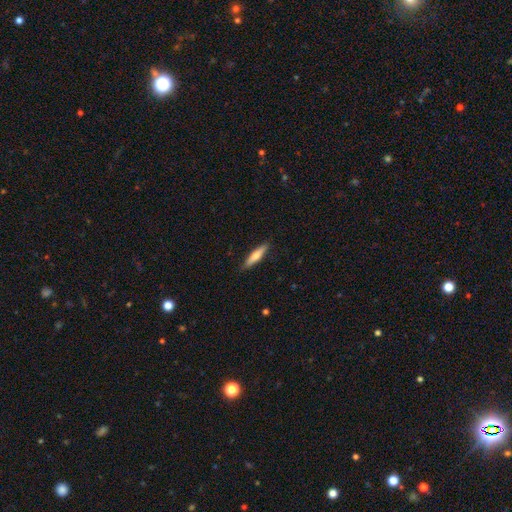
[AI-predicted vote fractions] smooth_or_featured: smooth (p=0.64) [alt: featured or disk p=0.30]
how_rounded: cigar-shaped (p=0.81) [alt: in between p=0.18]
merging: none (p=0.88) [alt: minor disturbance p=0.09]